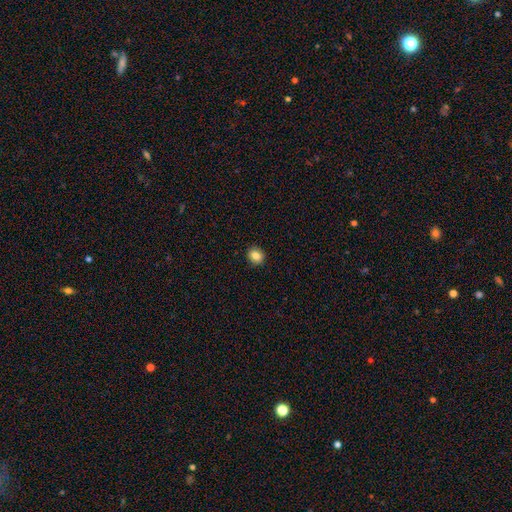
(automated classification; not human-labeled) Overall: smooth (84%). How rounded: round (70%). Merging: none (91%).